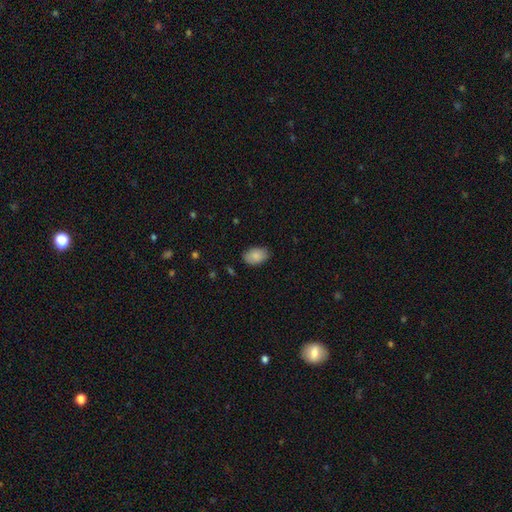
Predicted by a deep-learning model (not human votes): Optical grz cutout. It shows a smooth galaxy with no disk features (86%) that is in between round and cigar-shaped (88%). Merging: none (82%).